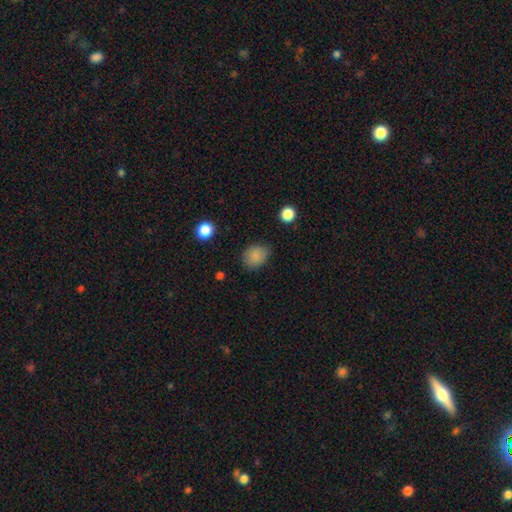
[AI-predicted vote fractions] Smooth or featured? Predicted: smooth (p=0.86). How rounded? Predicted: in between (p=0.51). Merging? Predicted: none (p=0.79).